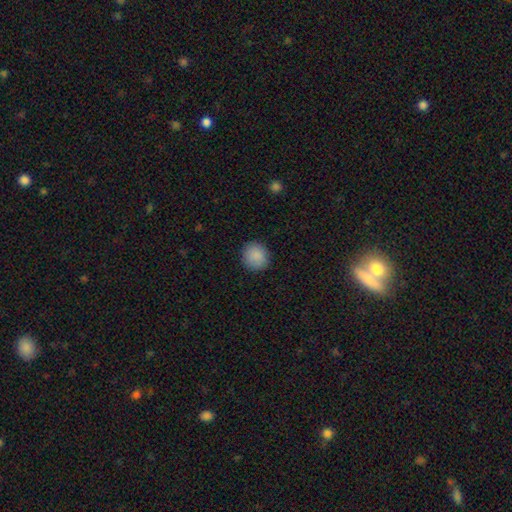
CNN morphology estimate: Smooth or featured: smooth — 89% (star or artifact — 8%)
How rounded: round — 87% (in between — 12%)
Merging: none — 90% (minor disturbance — 7%)